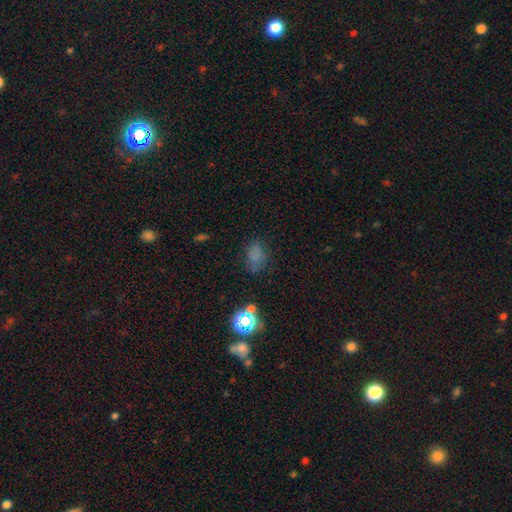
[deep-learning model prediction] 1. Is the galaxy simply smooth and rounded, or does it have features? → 69% smooth, 23% star or artifact, 8% featured or disk.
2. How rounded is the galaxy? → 71% in between, 27% round, 2% cigar-shaped.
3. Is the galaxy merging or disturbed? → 68% none, 20% minor disturbance, 8% major disturbance, 4% merger.